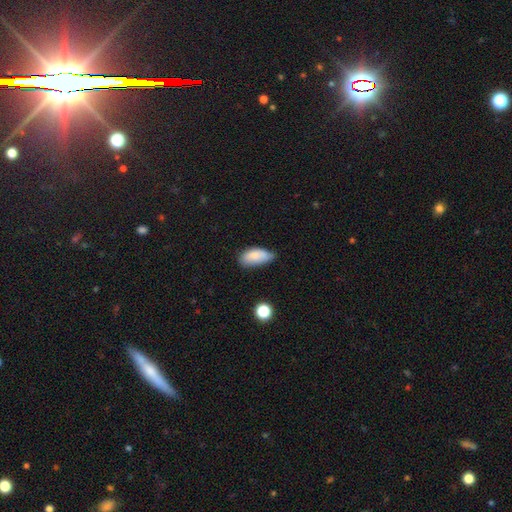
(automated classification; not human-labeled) smooth_or_featured: smooth (p=0.82) [alt: featured or disk p=0.10]
how_rounded: in between (p=0.90) [alt: cigar-shaped p=0.07]
merging: none (p=0.51) [alt: minor disturbance p=0.39]